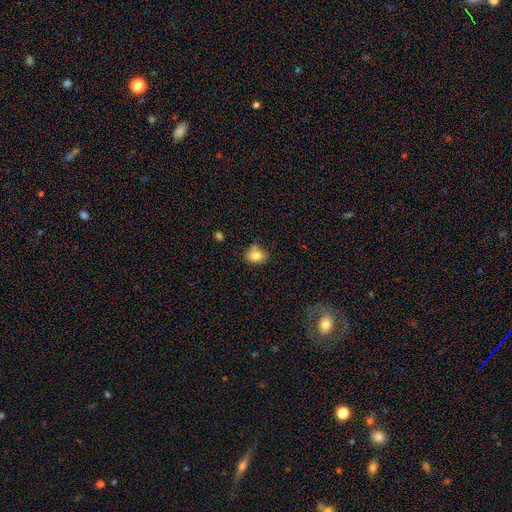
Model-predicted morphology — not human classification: Smooth or featured?
  - smooth: 81% *
  - star or artifact: 10%
  - featured or disk: 9%
How rounded?
  - in between: 60% *
  - round: 39%
  - cigar-shaped: 1%
Merging?
  - none: 64% *
  - minor disturbance: 20%
  - merger: 12%
  - major disturbance: 5%